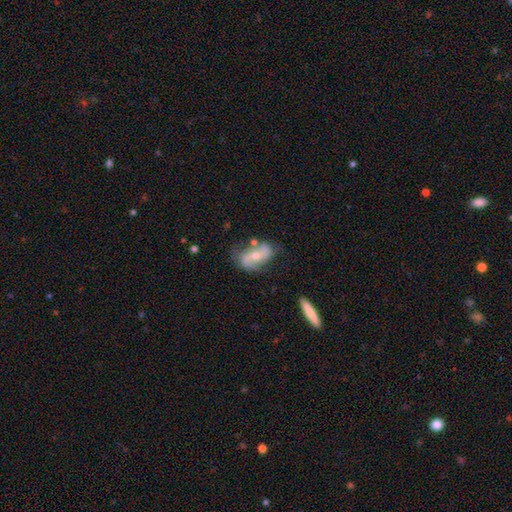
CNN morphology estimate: A featured or disk galaxy (66%) with no bar (50%), 2 (87%) loose (60%) spiral arms (84%) and a moderate central bulge (50%). Merging: none (60%).